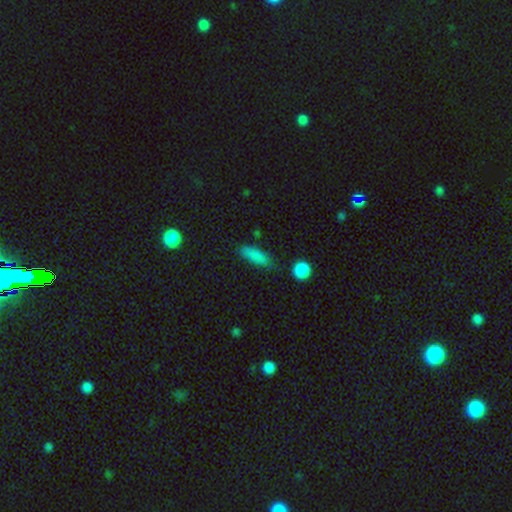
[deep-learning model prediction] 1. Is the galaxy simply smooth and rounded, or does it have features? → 85% smooth, 9% star or artifact, 6% featured or disk.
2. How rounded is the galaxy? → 61% in between, 36% cigar-shaped, 3% round.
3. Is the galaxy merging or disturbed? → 73% none, 19% minor disturbance, 4% major disturbance, 3% merger.